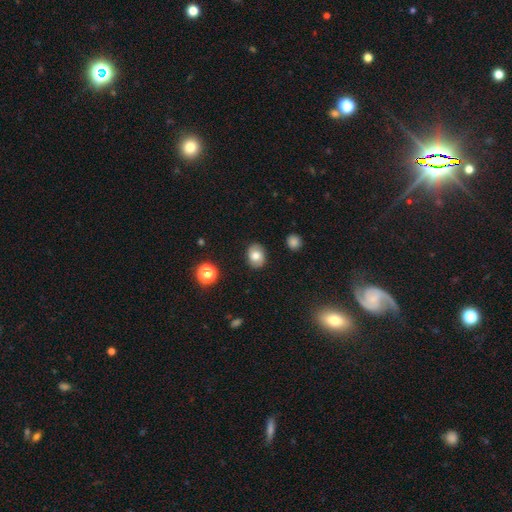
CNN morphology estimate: Smooth or featured? Predicted: smooth (p=0.73). How rounded? Predicted: in between (p=0.55). Merging? Predicted: none (p=0.85).